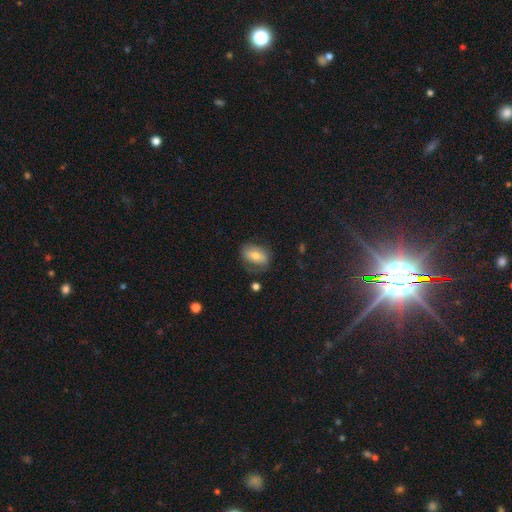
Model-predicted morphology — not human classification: smooth-or-featured: smooth: 59% | featured or disk: 33% | star or artifact: 8%
  how-rounded: in between: 83% | round: 15% | cigar-shaped: 3%
  merging: none: 64% | minor disturbance: 23% | major disturbance: 11% | merger: 2%